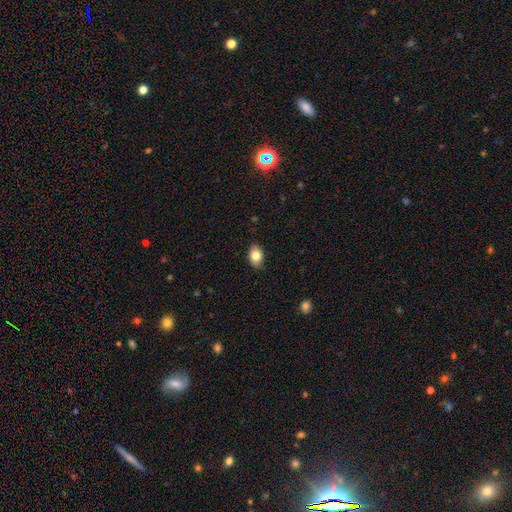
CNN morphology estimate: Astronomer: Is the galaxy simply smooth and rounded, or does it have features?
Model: smooth — 82%.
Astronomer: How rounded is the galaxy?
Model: in between — 86%.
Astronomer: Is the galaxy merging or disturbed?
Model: none — 88%.